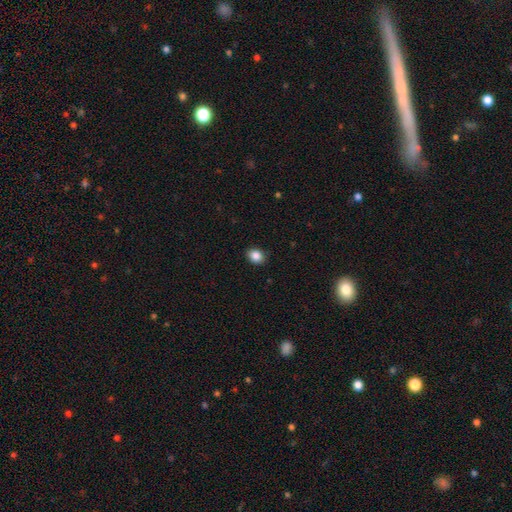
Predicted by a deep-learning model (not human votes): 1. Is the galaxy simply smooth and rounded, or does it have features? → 87% smooth, 9% star or artifact, 4% featured or disk.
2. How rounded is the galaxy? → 52% in between, 48% round, 1% cigar-shaped.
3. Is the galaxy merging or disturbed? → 90% none, 8% minor disturbance, 2% major disturbance, 1% merger.